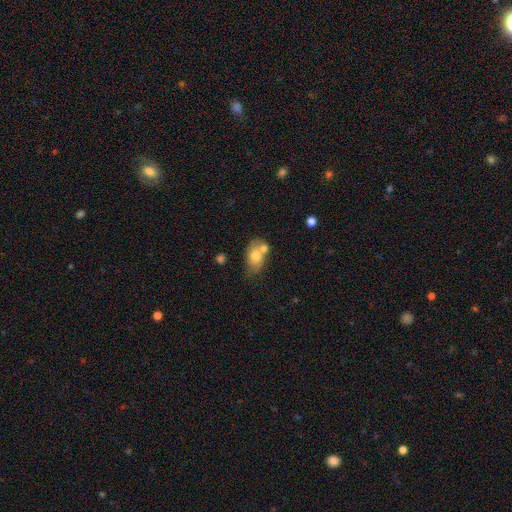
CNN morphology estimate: smooth-or-featured: smooth: 70% | featured or disk: 22% | star or artifact: 8%
  how-rounded: in between: 81% | round: 17% | cigar-shaped: 2%
  merging: none: 39% | merger: 38% | minor disturbance: 16% | major disturbance: 6%